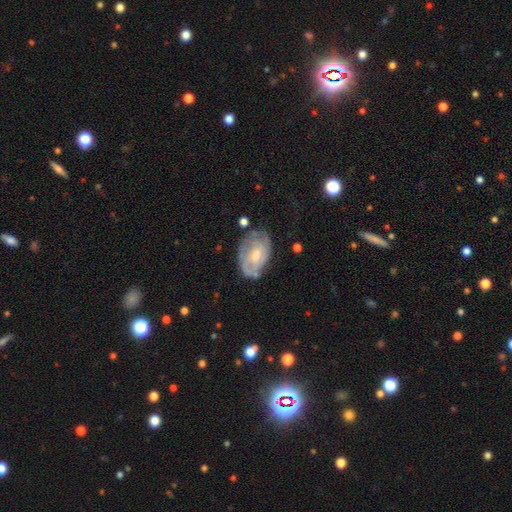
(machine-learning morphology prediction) Smooth or featured? featured or disk (72%)
Edge-on disk? no (96%)
Bar? no (57%)
Spiral arms? yes (81%)
Spiral winding? tight (58%)
Spiral arm count? can't tell (47%)
Bulge size? moderate (49%)
Merging? none (62%)